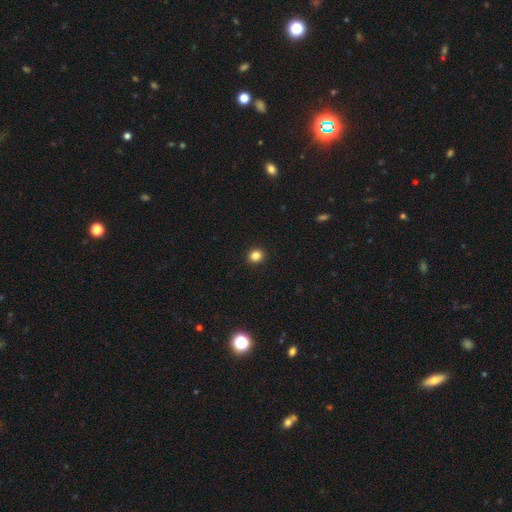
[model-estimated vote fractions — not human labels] A smooth galaxy with no disk features (85%) that is round (83%). Merging: none (93%).